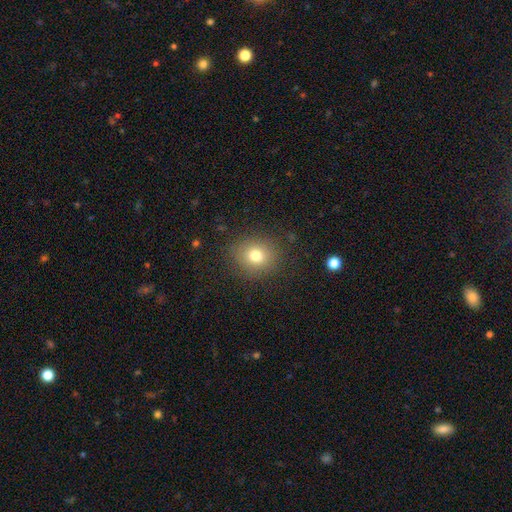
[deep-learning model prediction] Smooth or featured? Predicted: smooth (p=0.77). How rounded? Predicted: round (p=0.76). Merging? Predicted: none (p=0.86).